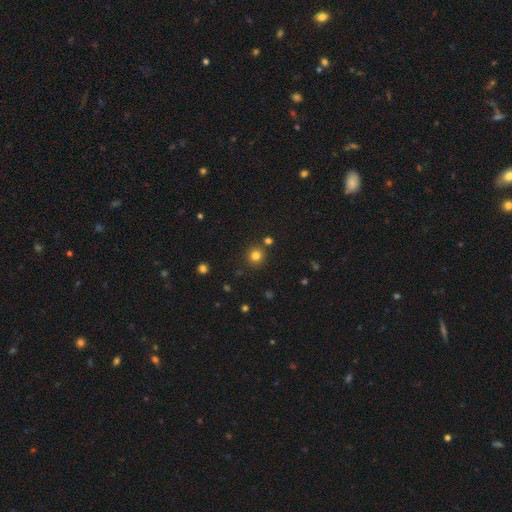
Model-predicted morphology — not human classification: The model was most divided on "smooth or featured": smooth: 79%, star or artifact: 15%, featured or disk: 6%. More confident: how rounded — round (93%); merging — none (85%).